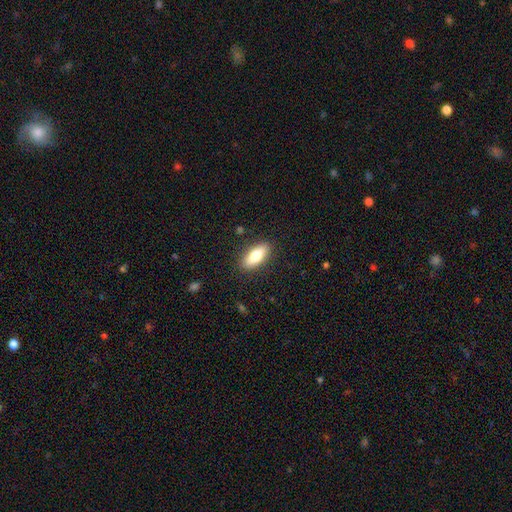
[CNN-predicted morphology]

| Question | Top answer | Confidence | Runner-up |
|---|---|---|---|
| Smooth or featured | smooth | 74% | featured or disk (20%) |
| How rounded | in between | 75% | cigar-shaped (22%) |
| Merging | none | 88% | minor disturbance (9%) |